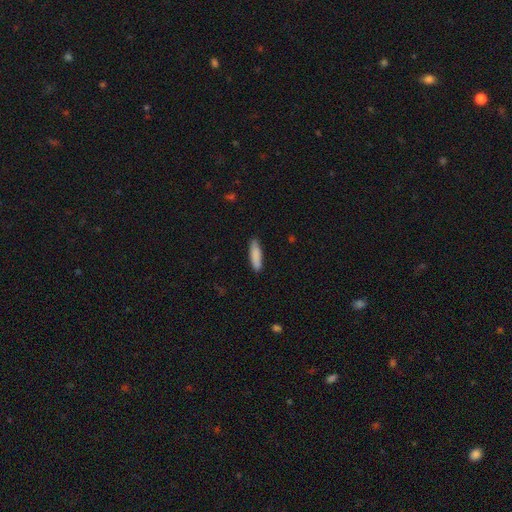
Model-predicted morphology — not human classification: Smooth or featured?
  - smooth: 87% *
  - featured or disk: 8%
  - star or artifact: 6%
How rounded?
  - cigar-shaped: 64% *
  - in between: 34%
  - round: 1%
Merging?
  - none: 85% *
  - minor disturbance: 12%
  - major disturbance: 2%
  - merger: 1%